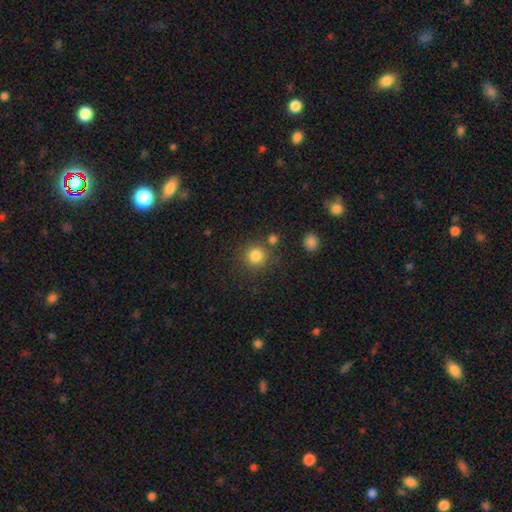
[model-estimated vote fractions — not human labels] Q: Smooth or featured?
A: smooth (84%); runner-up: star or artifact (12%)
Q: How rounded?
A: round (92%); runner-up: in between (7%)
Q: Merging?
A: none (79%); runner-up: minor disturbance (9%)